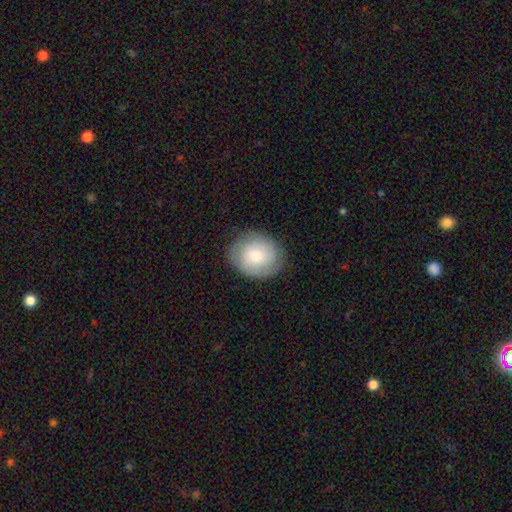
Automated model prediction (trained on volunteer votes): Overall: smooth (63%; featured or disk 30%). How rounded: round (64%; in between 35%). Merging: none (82%).